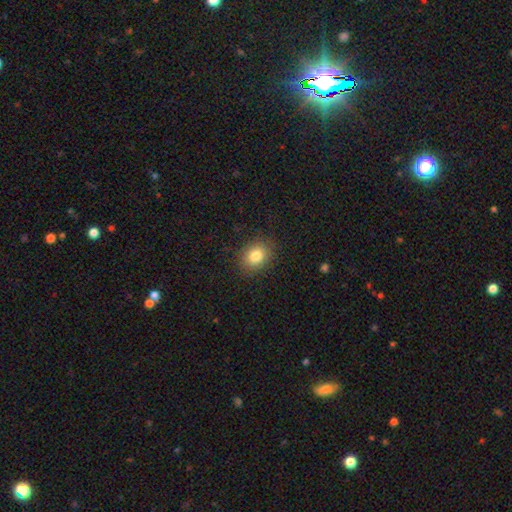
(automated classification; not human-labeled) A smooth galaxy with no disk features (82%) that is in between round and cigar-shaped (54%).

Vote fractions:
- Smooth or featured? smooth: 82% / star or artifact: 10% / featured or disk: 8%
- How rounded? in between: 54% / round: 45% / cigar-shaped: 1%
- Merging? none: 87% / minor disturbance: 9% / major disturbance: 3% / merger: 1%